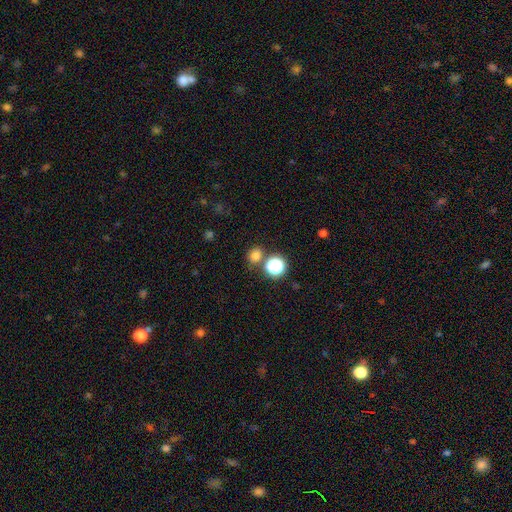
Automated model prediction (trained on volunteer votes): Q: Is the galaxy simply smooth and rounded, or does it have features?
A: smooth — 74%.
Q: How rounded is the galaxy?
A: round — 74%.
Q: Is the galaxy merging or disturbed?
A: none — 74%.